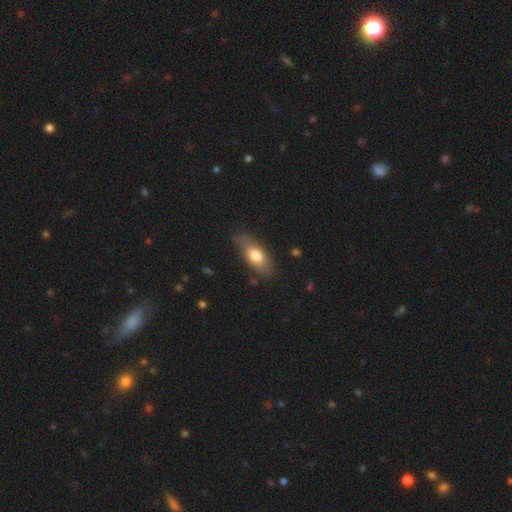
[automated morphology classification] Smooth or featured? Predicted: smooth (p=0.71). How rounded? Predicted: in between (p=0.81). Merging? Predicted: none (p=0.76).